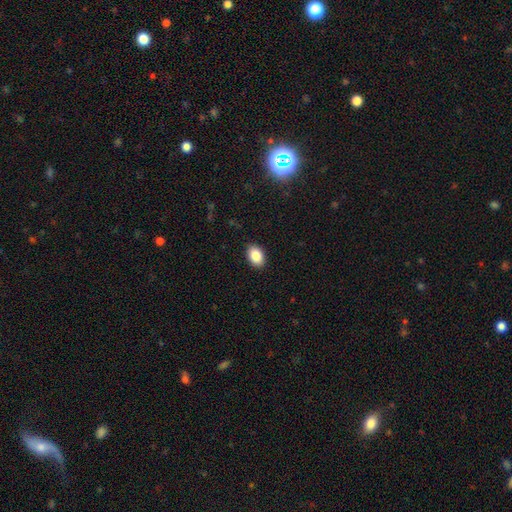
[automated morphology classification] smooth-or-featured: smooth: 87% | star or artifact: 8% | featured or disk: 5%
  how-rounded: in between: 86% | round: 13% | cigar-shaped: 1%
  merging: none: 90% | minor disturbance: 8% | major disturbance: 2% | merger: 1%